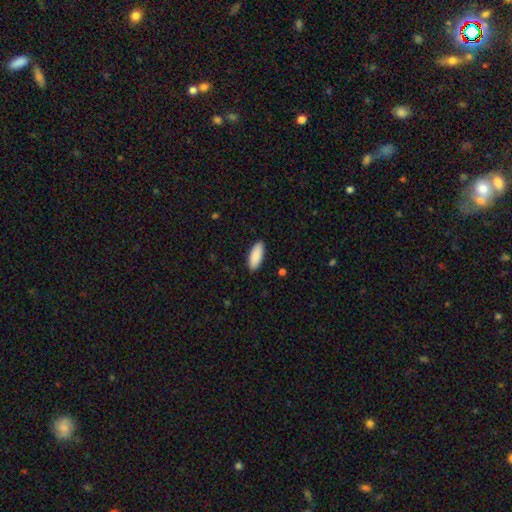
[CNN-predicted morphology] Smooth or featured? smooth (89%)
How rounded? in between (79%)
Merging? none (90%)